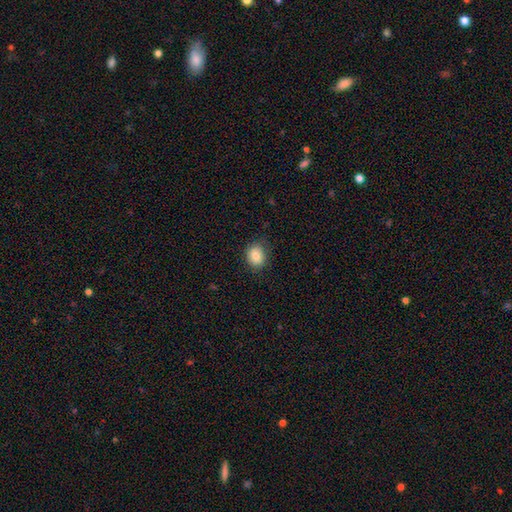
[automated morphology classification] A smooth galaxy with no disk features (82%) that is round (58%). Merging: none (81%).